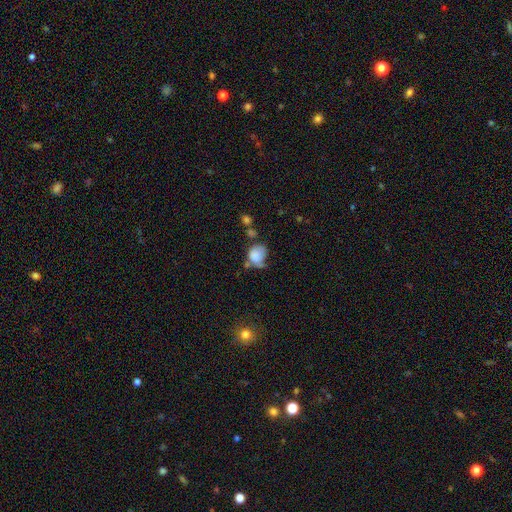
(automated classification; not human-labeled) Smooth or featured: smooth — 78% (featured or disk — 13%)
How rounded: round — 61% (in between — 38%)
Merging: none — 31% (minor disturbance — 30%)